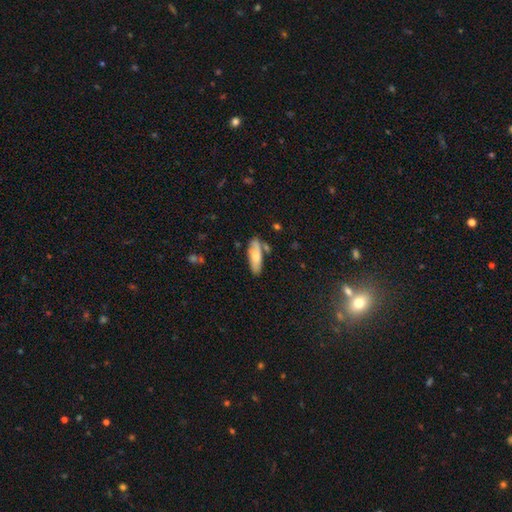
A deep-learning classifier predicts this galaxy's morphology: smooth-or-featured: smooth: 71% | featured or disk: 22% | star or artifact: 6%
  how-rounded: in between: 60% | cigar-shaped: 38% | round: 2%
  merging: none: 68% | minor disturbance: 19% | merger: 9% | major disturbance: 4%